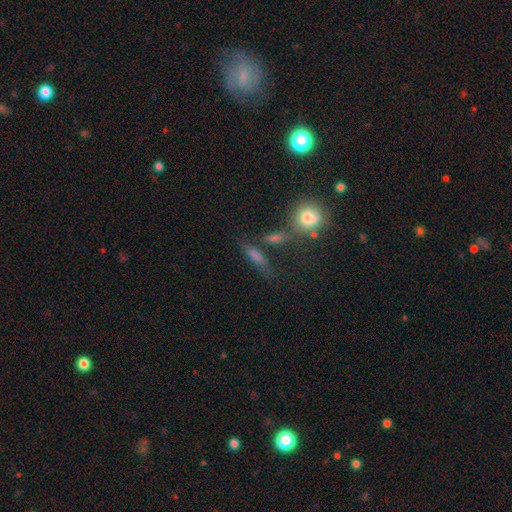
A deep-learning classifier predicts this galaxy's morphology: Q: Smooth or featured?
A: smooth (60%); runner-up: featured or disk (21%)
Q: How rounded?
A: cigar-shaped (62%); runner-up: in between (29%)
Q: Merging?
A: none (61%); runner-up: minor disturbance (16%)